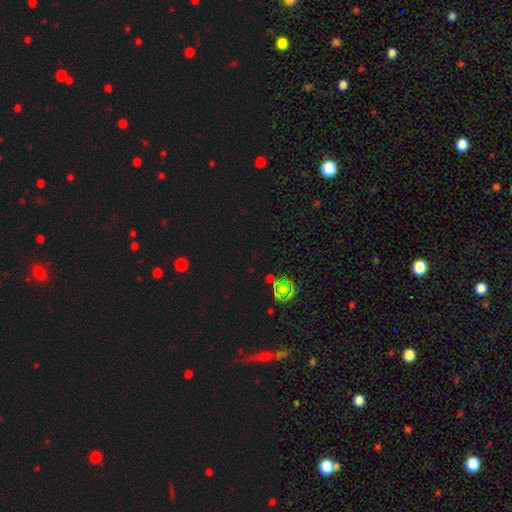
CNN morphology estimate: Q: Smooth or featured?
A: star or artifact (68%); runner-up: smooth (25%)